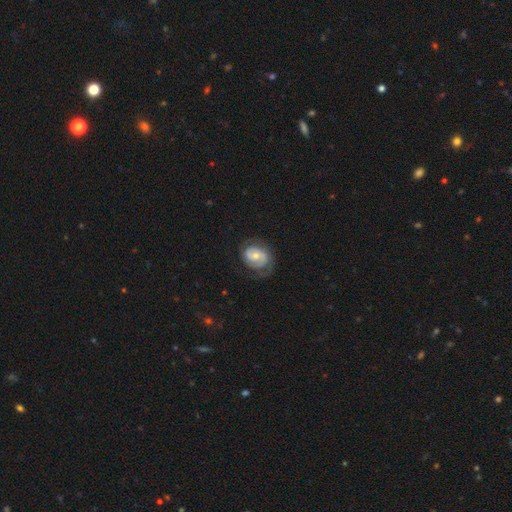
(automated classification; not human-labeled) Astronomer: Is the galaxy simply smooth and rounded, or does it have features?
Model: featured or disk — 73%.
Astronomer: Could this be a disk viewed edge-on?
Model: no — 97%.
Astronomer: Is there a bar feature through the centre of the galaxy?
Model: no — 59%.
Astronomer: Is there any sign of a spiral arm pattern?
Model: yes — 88%.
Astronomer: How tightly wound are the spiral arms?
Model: tight — 49% (runner-up: medium, 35%).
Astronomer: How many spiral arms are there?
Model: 2 — 61%.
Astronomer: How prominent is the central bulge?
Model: moderate — 51% (runner-up: small, 43%).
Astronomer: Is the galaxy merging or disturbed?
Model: none — 61%.